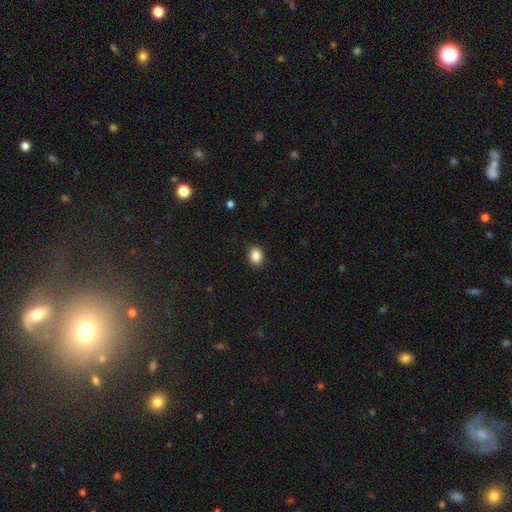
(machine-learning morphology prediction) Overall: smooth (87%). How rounded: in between (67%; round 32%). Merging: none (88%).